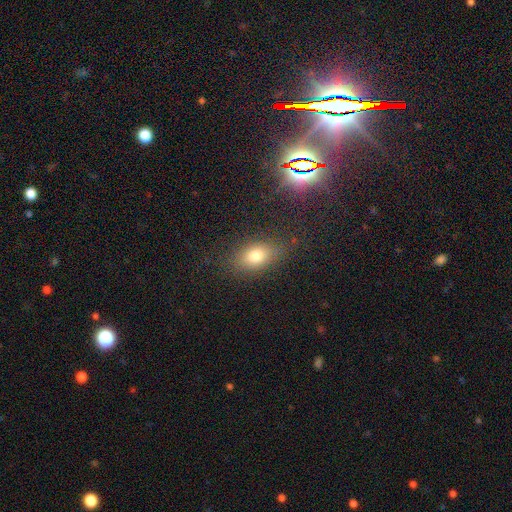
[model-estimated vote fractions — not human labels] Smooth or featured: smooth — 75% (star or artifact — 14%)
How rounded: in between — 81% (round — 16%)
Merging: none — 80% (minor disturbance — 14%)